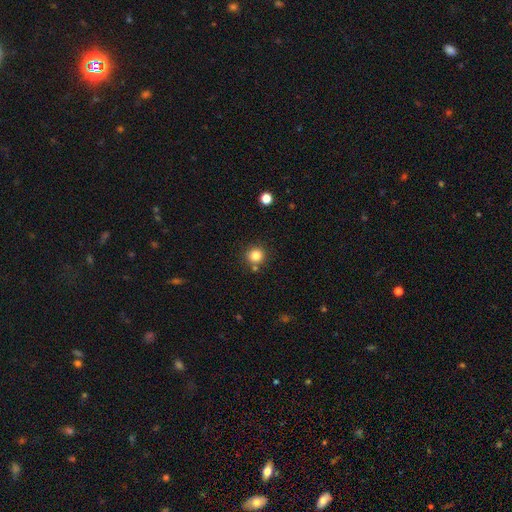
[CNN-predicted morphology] smooth_or_featured: smooth (p=0.82) [alt: star or artifact p=0.12]
how_rounded: round (p=0.92) [alt: in between p=0.07]
merging: none (p=0.80) [alt: minor disturbance p=0.09]